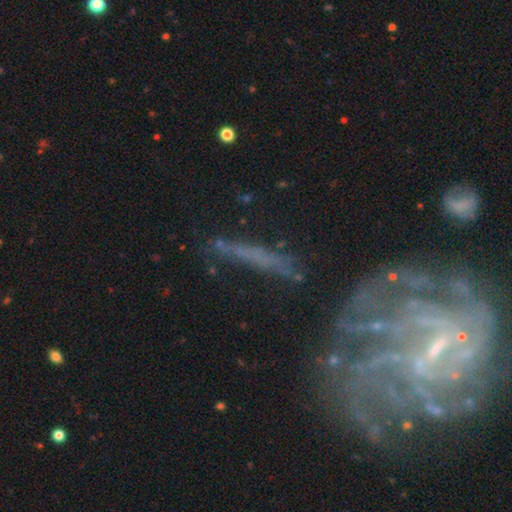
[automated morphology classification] A featured or disk galaxy (70%) with no bar (40%), spiral arms (77%) and a small central bulge (57%).

Vote fractions:
- Smooth or featured? featured or disk: 70% / smooth: 16% / star or artifact: 14%
- Edge-on disk? no: 76% / yes: 24%
- Bar? no: 40% / weak: 32% / strong: 28%
- Spiral arms? yes: 77% / no: 23%
- Bulge size? small: 57% / none: 23% / moderate: 15% / large: 3% / dominant: 2%
- Merging? none: 65% / minor disturbance: 16% / major disturbance: 13% / merger: 5%